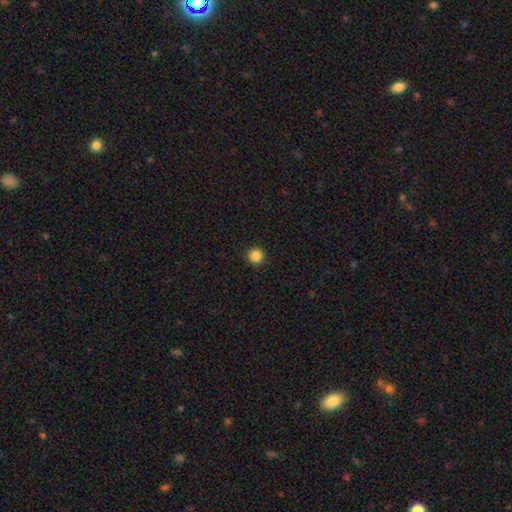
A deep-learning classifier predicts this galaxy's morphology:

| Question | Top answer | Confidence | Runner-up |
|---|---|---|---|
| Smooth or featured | smooth | 86% | star or artifact (11%) |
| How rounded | round | 96% | in between (3%) |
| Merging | none | 93% | minor disturbance (4%) |